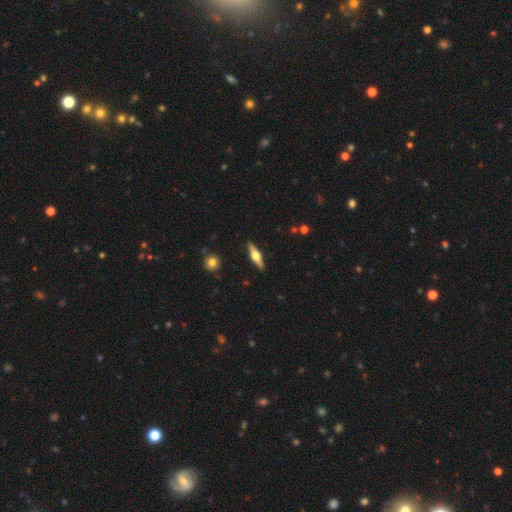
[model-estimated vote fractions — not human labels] Smooth or featured: featured or disk — 64% (smooth — 30%)
Edge-on disk: yes — 96% (no — 4%)
Edge-on bulge: rounded — 94% (boxy — 5%)
Merging: none — 90% (minor disturbance — 7%)